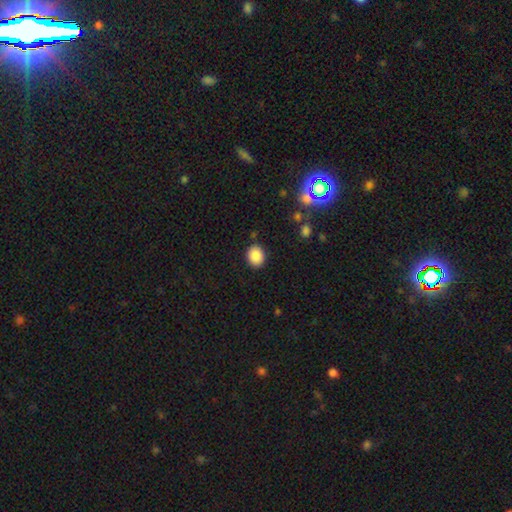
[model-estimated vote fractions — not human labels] This appears to be a smooth galaxy with no disk features (88%) that is round (58%). Merging: none (88%).